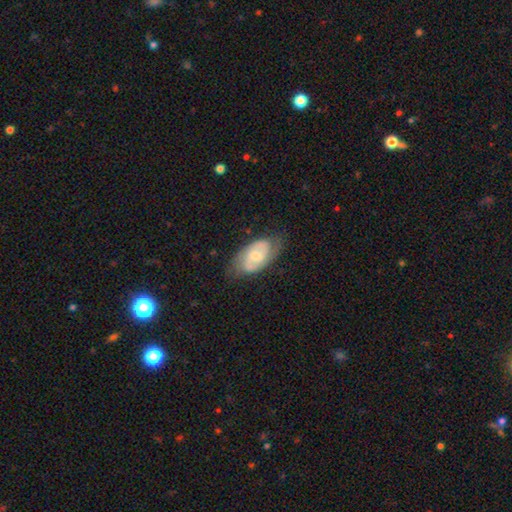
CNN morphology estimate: type=featured or disk (62%); edge-on=no (95%); bar=weak (48%); spiral arms=yes (85%); bulge=moderate (46%); merging=none (67%).